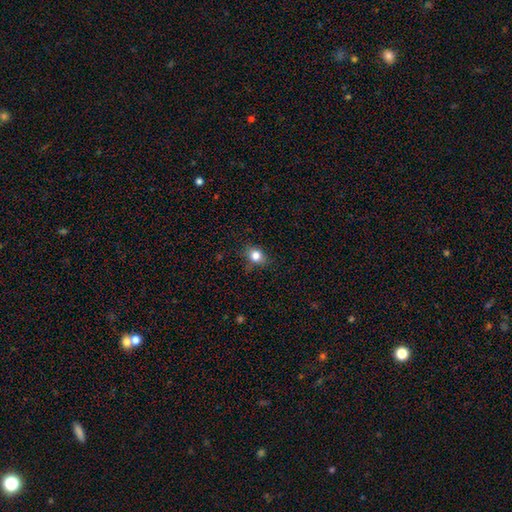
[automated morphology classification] smooth 82%, star or artifact 11%, featured or disk 7%. Down the decision tree: how rounded — round (53%); merging — none (76%).